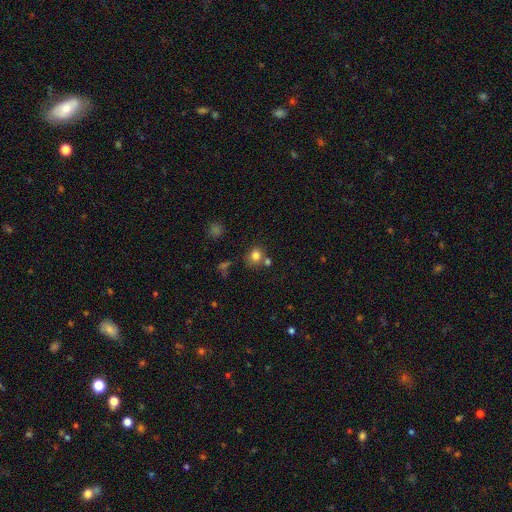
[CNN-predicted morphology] type=smooth (80%); roundness=round (73%); merging=none (64%).